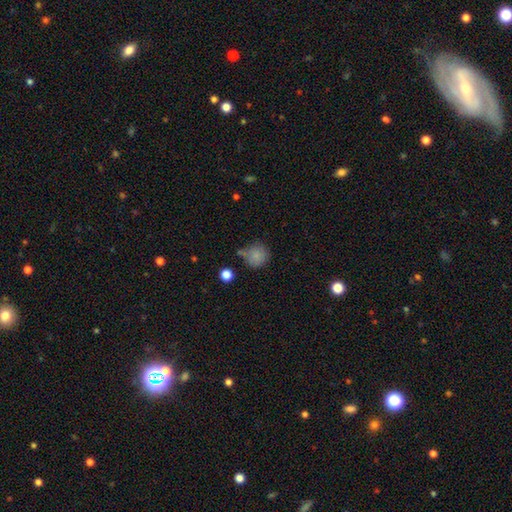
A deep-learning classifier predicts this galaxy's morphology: Smooth or featured? Predicted: smooth (p=0.83). How rounded? Predicted: round (p=0.89). Merging? Predicted: none (p=0.62).